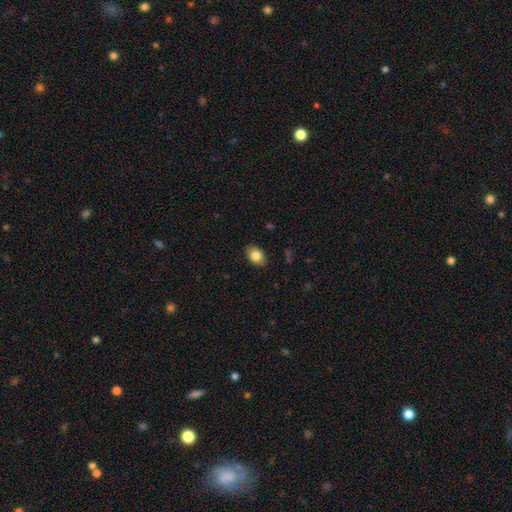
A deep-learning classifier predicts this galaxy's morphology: smooth-or-featured: smooth: 83% | featured or disk: 9% | star or artifact: 8%
  how-rounded: in between: 81% | round: 18% | cigar-shaped: 1%
  merging: none: 87% | minor disturbance: 10% | major disturbance: 2% | merger: 1%